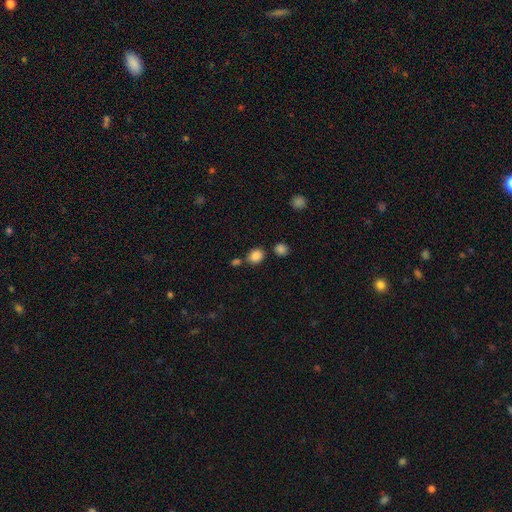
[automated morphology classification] Smooth or featured?
  - smooth: 85% *
  - star or artifact: 10%
  - featured or disk: 4%
How rounded?
  - round: 57% *
  - in between: 42%
  - cigar-shaped: 1%
Merging?
  - none: 73% *
  - merger: 12%
  - minor disturbance: 11%
  - major disturbance: 3%